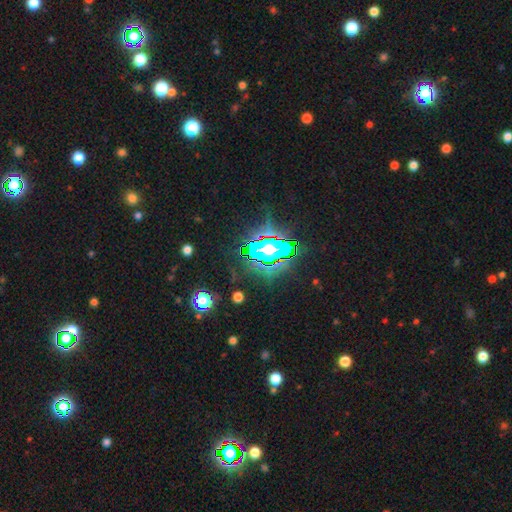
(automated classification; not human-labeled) Overall: star or artifact (84%).